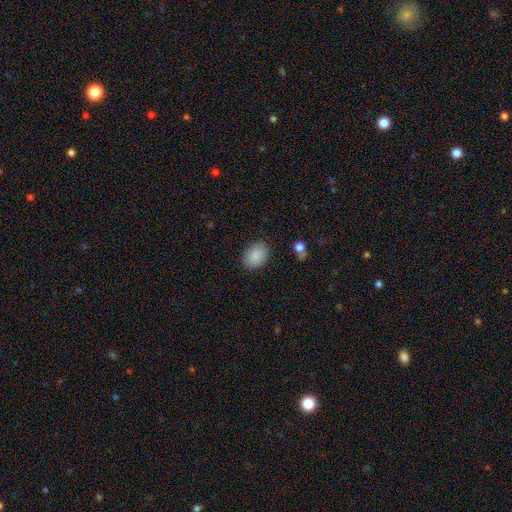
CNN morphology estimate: This appears to be a smooth galaxy with no disk features (88%) that is in between round and cigar-shaped (77%). Merging: none (86%).